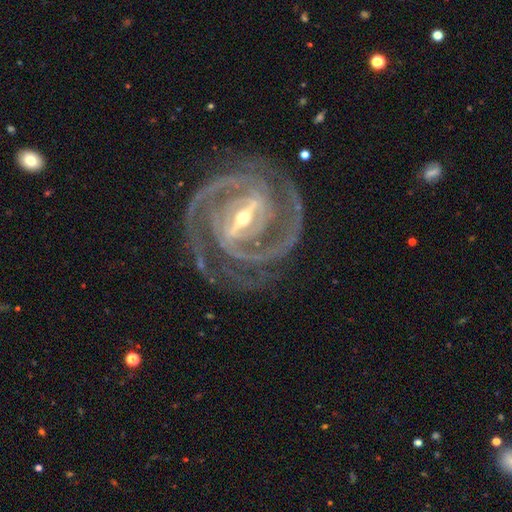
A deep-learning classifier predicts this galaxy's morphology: Smooth or featured? Predicted: featured or disk (p=0.93). Edge-on disk? Predicted: no (p=0.97). Bar? Predicted: strong (p=0.78). Spiral arms? Predicted: yes (p=0.99). Spiral winding? Predicted: tight (p=0.72). Spiral arm count? Predicted: 2 (p=0.70). Bulge size? Predicted: small (p=0.66). Merging? Predicted: none (p=0.82).